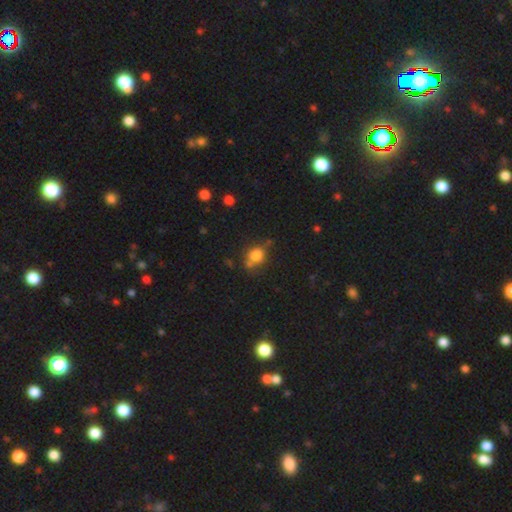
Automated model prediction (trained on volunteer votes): The model was most divided on "merging": none: 58%, minor disturbance: 20%, merger: 15%, major disturbance: 7%. More confident: smooth or featured — smooth (78%); how rounded — round (70%).